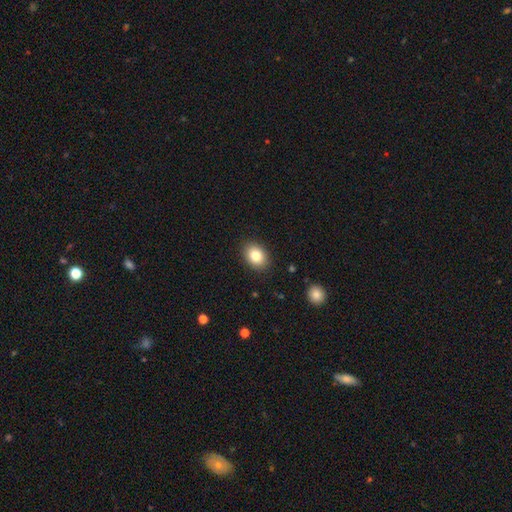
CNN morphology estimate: Overall: smooth (83%). How rounded: in between (64%; round 35%). Merging: none (89%).